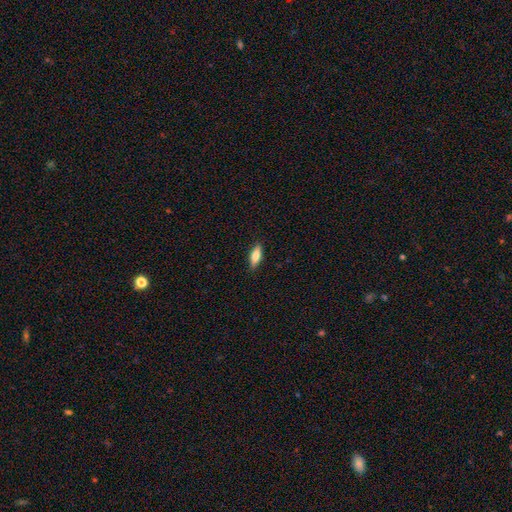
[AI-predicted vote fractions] This appears to be a smooth galaxy with no disk features (72%) that is in between round and cigar-shaped (59%). Merging: none (87%).